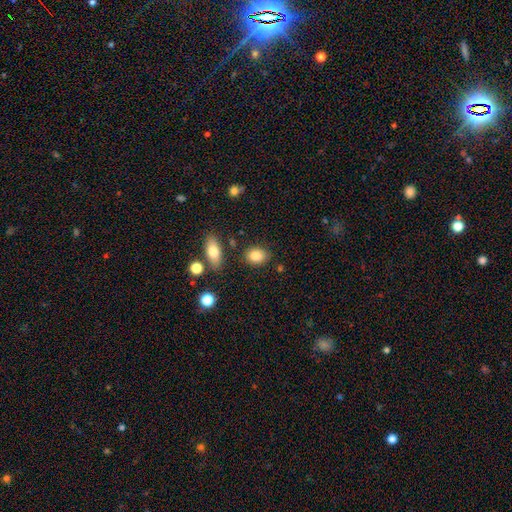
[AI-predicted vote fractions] Smooth or featured?
  - smooth: 85% *
  - star or artifact: 8%
  - featured or disk: 7%
How rounded?
  - in between: 66% *
  - round: 32%
  - cigar-shaped: 2%
Merging?
  - none: 82% *
  - minor disturbance: 11%
  - merger: 4%
  - major disturbance: 3%